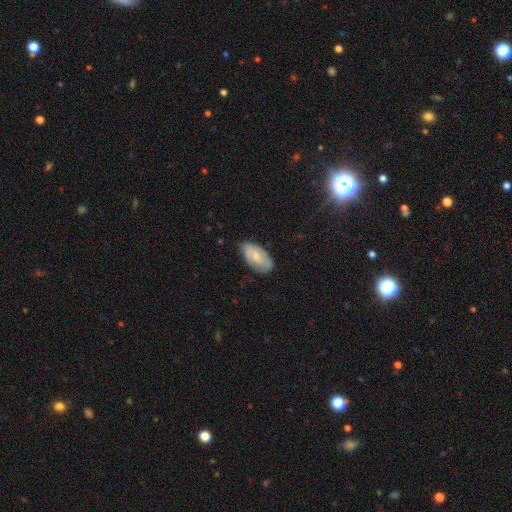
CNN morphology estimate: Smooth or featured? smooth (61%)
How rounded? in between (93%)
Merging? none (66%)